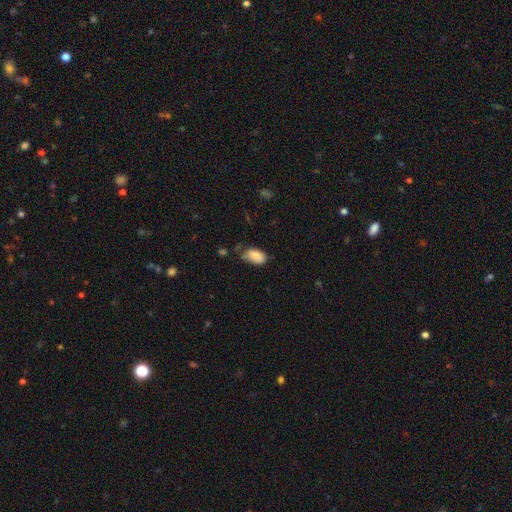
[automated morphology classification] smooth 84%, featured or disk 9%, star or artifact 7%. Down the decision tree: how rounded — in between (93%); merging — none (57%).